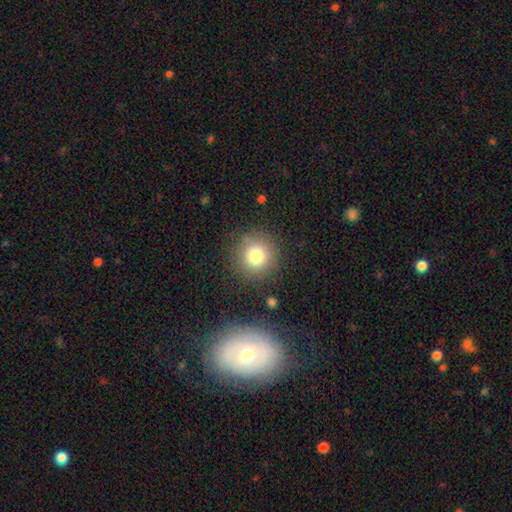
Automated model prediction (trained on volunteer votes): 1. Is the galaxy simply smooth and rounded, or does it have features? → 79% smooth, 12% star or artifact, 9% featured or disk.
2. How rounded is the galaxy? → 94% round, 6% in between, 1% cigar-shaped.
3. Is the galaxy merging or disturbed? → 85% none, 9% minor disturbance, 4% major disturbance, 3% merger.